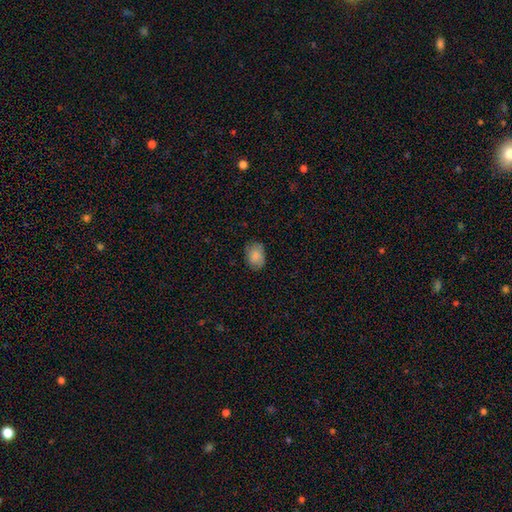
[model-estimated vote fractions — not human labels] Q: Smooth or featured?
A: smooth (82%); runner-up: featured or disk (11%)
Q: How rounded?
A: in between (73%); runner-up: round (26%)
Q: Merging?
A: none (75%); runner-up: minor disturbance (20%)